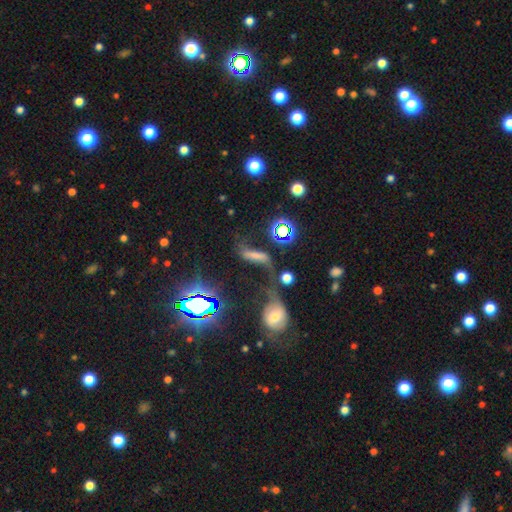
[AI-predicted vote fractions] A featured or disk galaxy (43%).

Vote fractions:
- Smooth or featured? featured or disk: 43% / smooth: 34% / star or artifact: 22%
- Merging? none: 33% / major disturbance: 26% / merger: 22% / minor disturbance: 18%